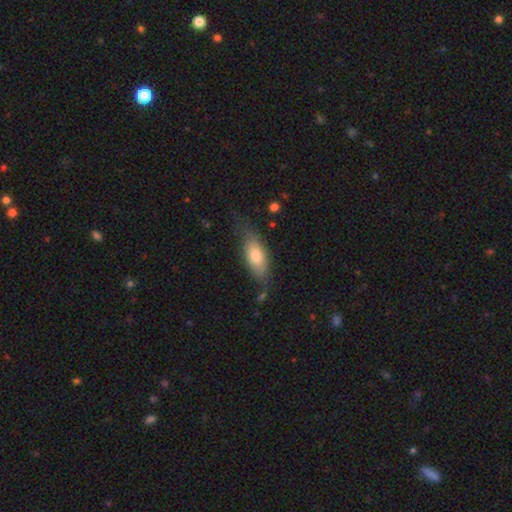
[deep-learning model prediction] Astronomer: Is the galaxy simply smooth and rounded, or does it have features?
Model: smooth — 71%.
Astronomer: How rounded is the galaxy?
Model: in between — 82%.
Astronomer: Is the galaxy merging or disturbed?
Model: none — 61%.